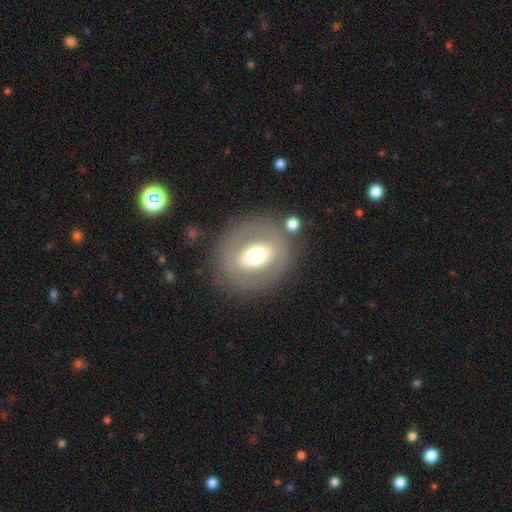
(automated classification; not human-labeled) Smooth or featured? featured or disk (46%)
Merging? none (79%)